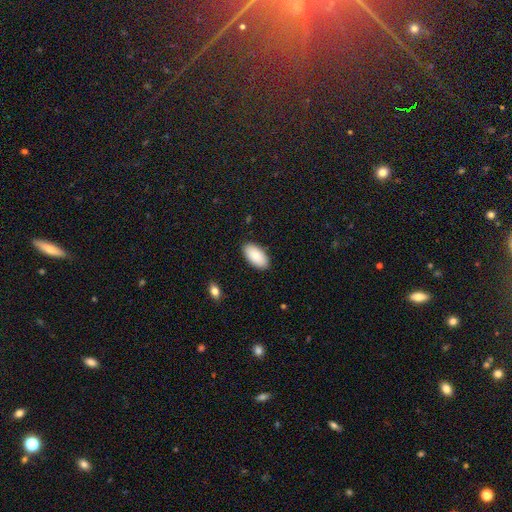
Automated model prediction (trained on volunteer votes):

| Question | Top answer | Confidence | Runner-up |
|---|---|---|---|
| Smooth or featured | smooth | 88% | star or artifact (6%) |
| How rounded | in between | 96% | cigar-shaped (2%) |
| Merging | none | 89% | minor disturbance (8%) |